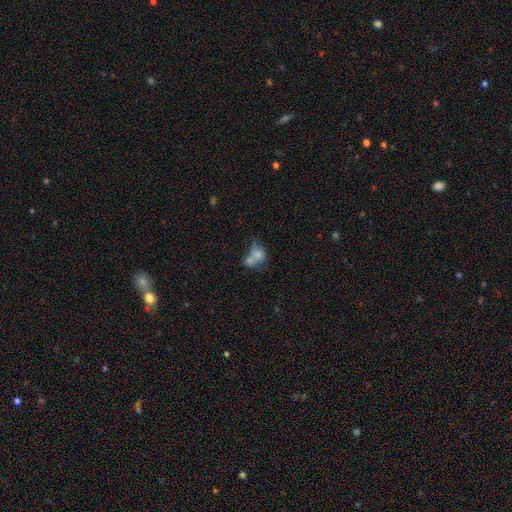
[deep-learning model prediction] Smooth or featured? smooth (67%)
How rounded? in between (58%)
Merging? merger (58%)